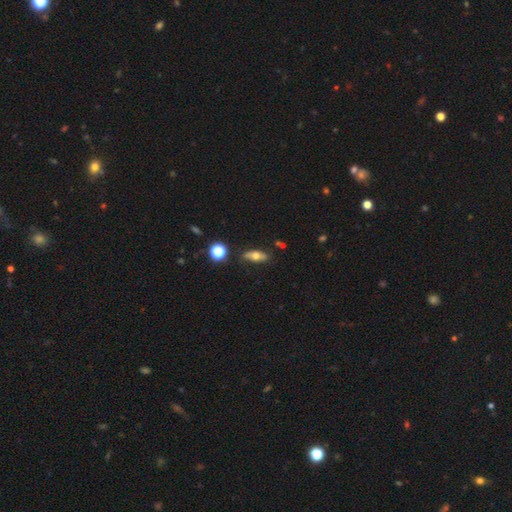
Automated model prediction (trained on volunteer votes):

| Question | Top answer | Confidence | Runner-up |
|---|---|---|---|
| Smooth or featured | smooth | 56% | featured or disk (34%) |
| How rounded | in between | 67% | cigar-shaped (26%) |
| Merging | none | 76% | minor disturbance (16%) |